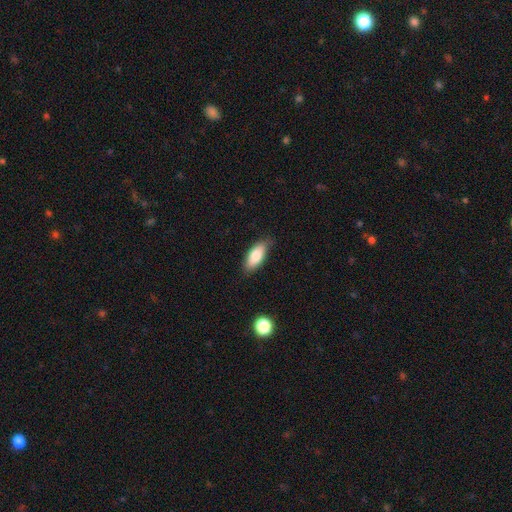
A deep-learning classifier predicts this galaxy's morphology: Smooth or featured? Predicted: smooth (p=0.81). How rounded? Predicted: in between (p=0.83). Merging? Predicted: none (p=0.78).